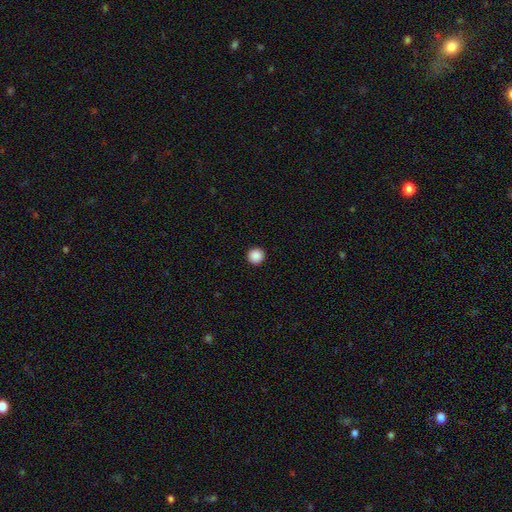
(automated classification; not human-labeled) A smooth galaxy with no disk features (88%) that is round (96%).

Vote fractions:
- Smooth or featured? smooth: 88% / star or artifact: 9% / featured or disk: 2%
- How rounded? round: 96% / in between: 3% / cigar-shaped: 1%
- Merging? none: 94% / minor disturbance: 4% / major disturbance: 1% / merger: 1%